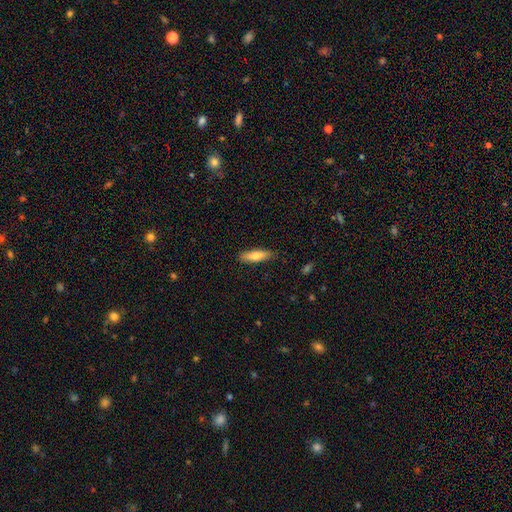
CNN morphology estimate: type=smooth (74%); roundness=cigar-shaped (59%); merging=none (86%).